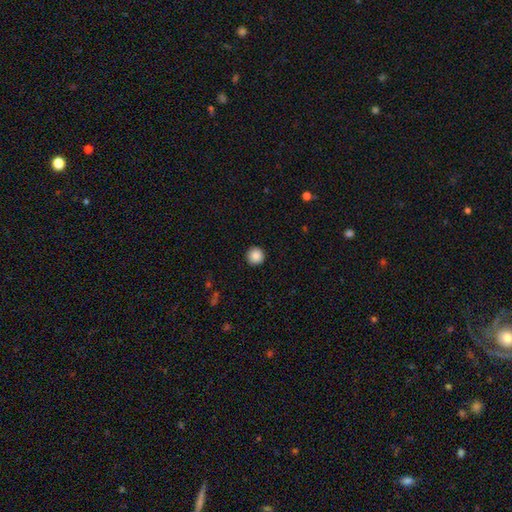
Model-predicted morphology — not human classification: A smooth galaxy with no disk features (88%) that is round (96%). Merging: none (93%).